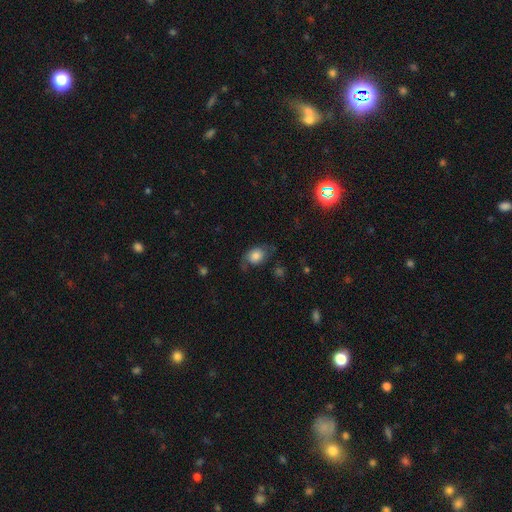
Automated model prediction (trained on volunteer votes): Q: Smooth or featured?
A: smooth (69%); runner-up: featured or disk (22%)
Q: How rounded?
A: in between (70%); runner-up: round (28%)
Q: Merging?
A: none (54%); runner-up: minor disturbance (27%)